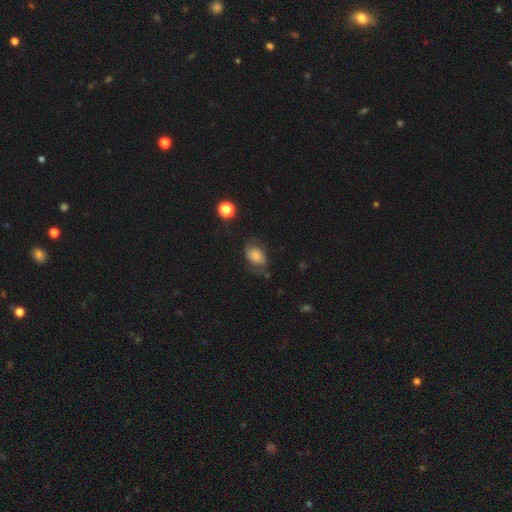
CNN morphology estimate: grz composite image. It shows a smooth galaxy with no disk features (63%) that is in between round and cigar-shaped (76%). Merging: none (53%).